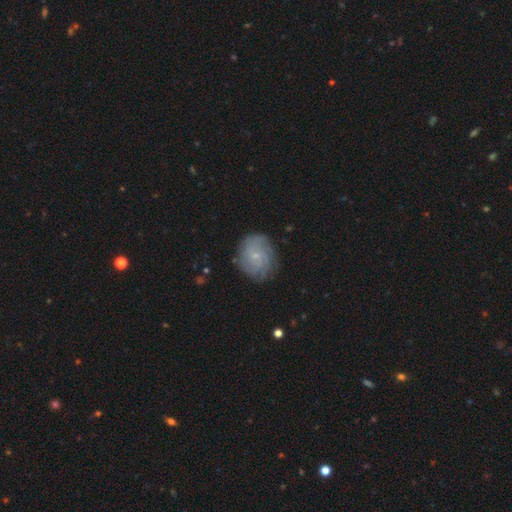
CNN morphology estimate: A featured or disk galaxy (60%) with no bar (74%), tight (61%) spiral arms (89%) and a small central bulge (78%).

Vote fractions:
- Smooth or featured? featured or disk: 60% / smooth: 31% / star or artifact: 8%
- Edge-on disk? no: 97% / yes: 3%
- Bar? no: 74% / weak: 24% / strong: 3%
- Spiral arms? yes: 89% / no: 11%
- Spiral winding? tight: 61% / medium: 29% / loose: 11%
- Spiral arm count? can't tell: 46% / 3: 15% / 4: 14% / 2: 13% / more than 4: 7% / 1: 6%
- Bulge size? small: 78% / moderate: 14% / none: 5% / large: 1% / dominant: 1%
- Merging? none: 76% / minor disturbance: 17% / major disturbance: 6% / merger: 1%